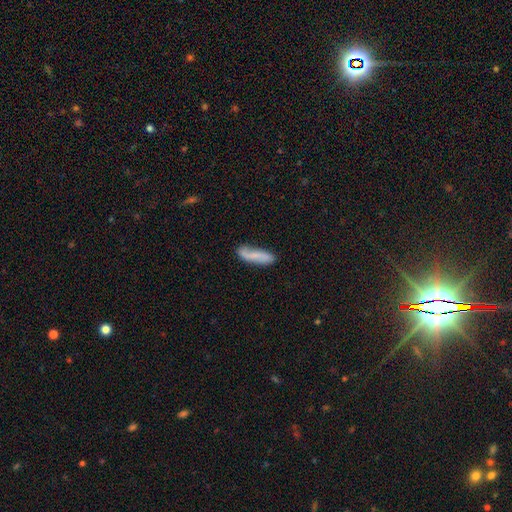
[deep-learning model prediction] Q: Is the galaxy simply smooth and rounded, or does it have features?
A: smooth — 64%.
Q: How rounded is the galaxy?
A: cigar-shaped — 59%.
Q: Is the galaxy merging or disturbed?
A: none — 69%.